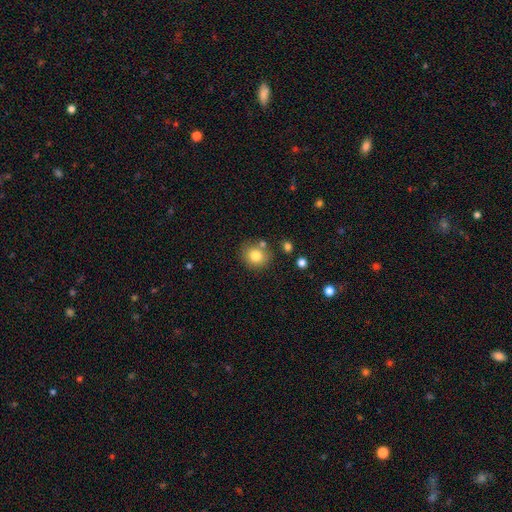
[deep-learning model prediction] smooth_or_featured: smooth (p=0.81) [alt: star or artifact p=0.10]
how_rounded: round (p=0.78) [alt: in between p=0.21]
merging: none (p=0.74) [alt: minor disturbance p=0.12]